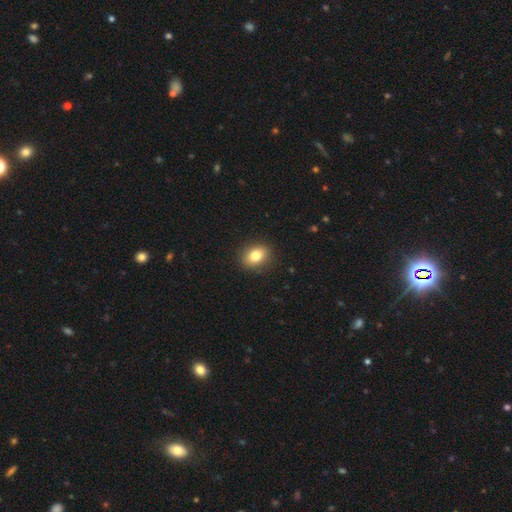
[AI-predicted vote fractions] A smooth galaxy with no disk features (81%) that is in between round and cigar-shaped (56%). Merging: none (89%).